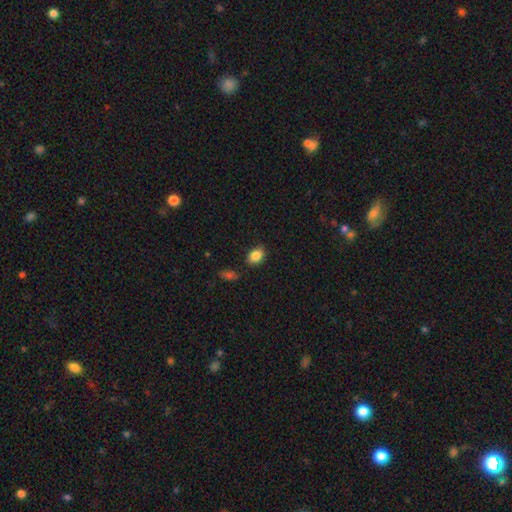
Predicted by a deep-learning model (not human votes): A smooth galaxy with no disk features (85%) that is in between round and cigar-shaped (73%). Merging: none (83%).